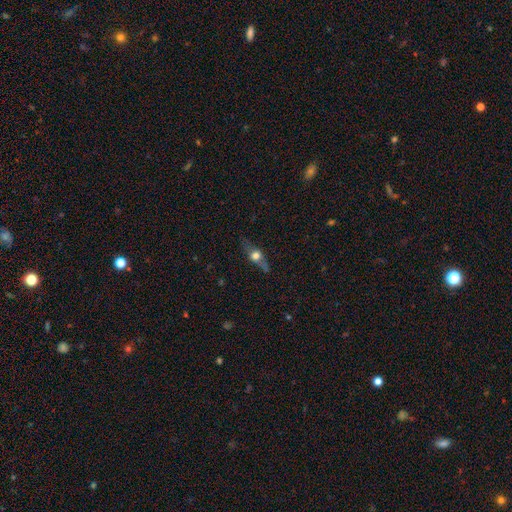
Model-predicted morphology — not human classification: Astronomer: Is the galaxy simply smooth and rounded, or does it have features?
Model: featured or disk — 56% (runner-up: smooth, 34%).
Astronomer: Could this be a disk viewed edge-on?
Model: yes — 87%.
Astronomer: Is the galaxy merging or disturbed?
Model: none — 76%.